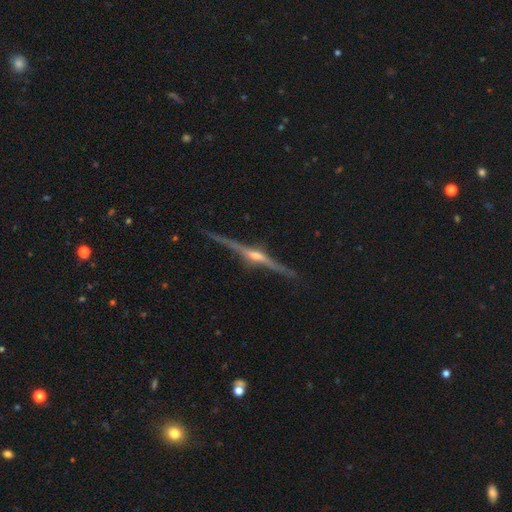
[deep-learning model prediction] smooth-or-featured: featured or disk: 86% | smooth: 8% | star or artifact: 6%
  disk-edge-on: yes: 98% | no: 2%
    edge-on-bulge: rounded: 89% | none: 6% | boxy: 6%
  merging: none: 86% | minor disturbance: 11% | major disturbance: 2% | merger: 2%